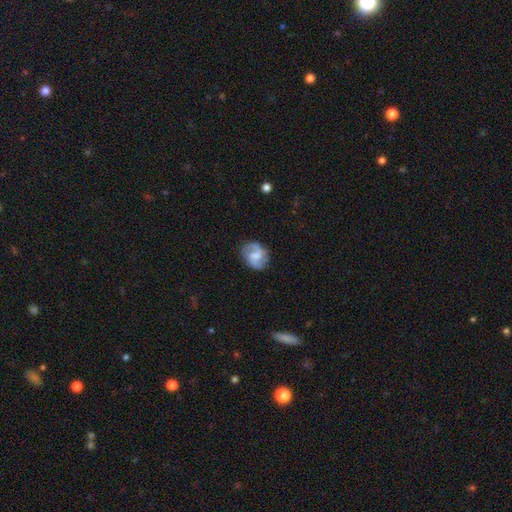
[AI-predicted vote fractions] Smooth or featured? Predicted: featured or disk (p=0.63). Edge-on disk? Predicted: no (p=0.97). Bar? Predicted: weak (p=0.50). Spiral arms? Predicted: yes (p=0.90). Spiral winding? Predicted: medium (p=0.48). Spiral arm count? Predicted: 2 (p=0.82). Bulge size? Predicted: moderate (p=0.42). Merging? Predicted: none (p=0.76).